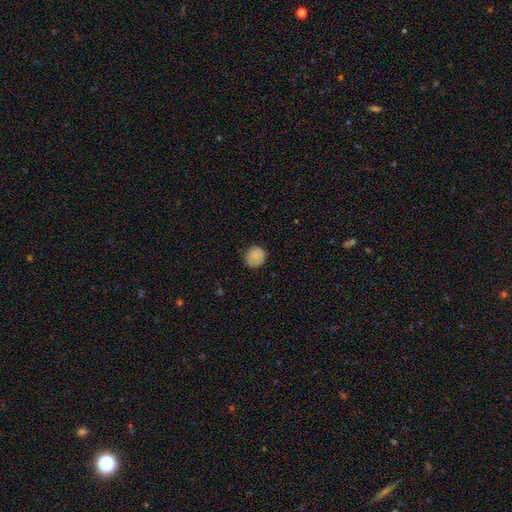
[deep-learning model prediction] Smooth or featured?
  - smooth: 84% *
  - star or artifact: 8%
  - featured or disk: 7%
How rounded?
  - round: 88% *
  - in between: 11%
  - cigar-shaped: 1%
Merging?
  - none: 81% *
  - minor disturbance: 15%
  - major disturbance: 3%
  - merger: 1%